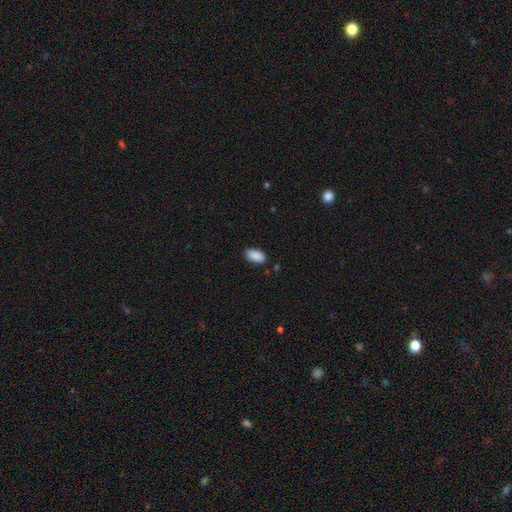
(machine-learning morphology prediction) smooth 90%, star or artifact 7%, featured or disk 3%. Down the decision tree: how rounded — in between (94%); merging — none (86%).